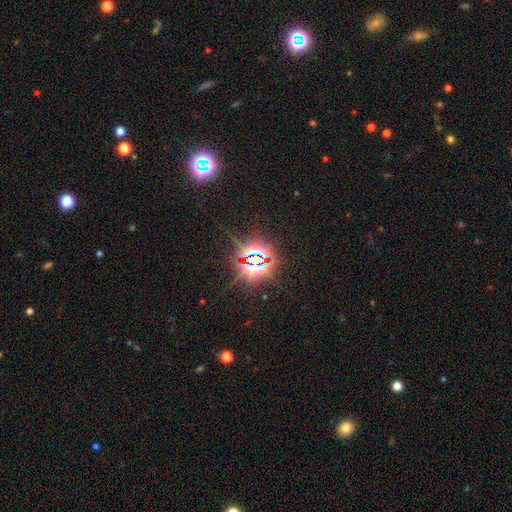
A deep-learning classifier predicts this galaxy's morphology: A star or artifact, not a galaxy (82%).

Vote fractions:
- Smooth or featured? star or artifact: 82% / smooth: 11% / featured or disk: 7%